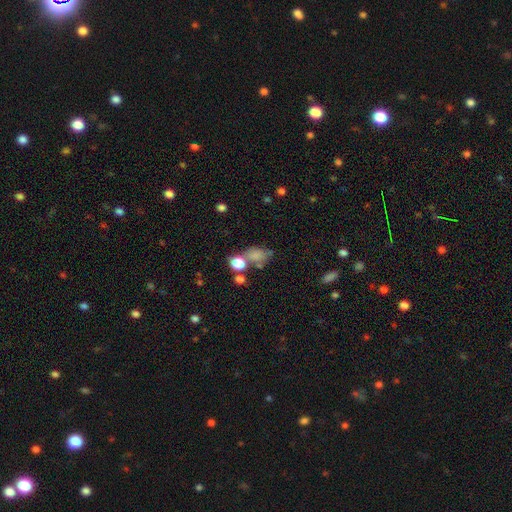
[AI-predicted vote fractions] Smooth or featured: smooth — 72% (star or artifact — 15%)
How rounded: in between — 68% (round — 29%)
Merging: none — 40% (merger — 30%)